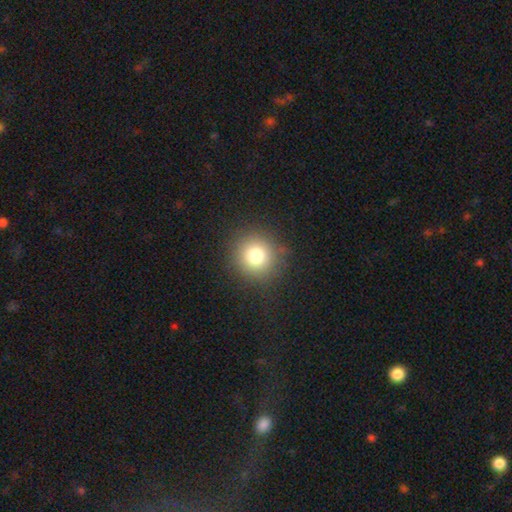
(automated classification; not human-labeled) This appears to be a smooth galaxy with no disk features (79%) that is round (93%). Merging: none (89%).